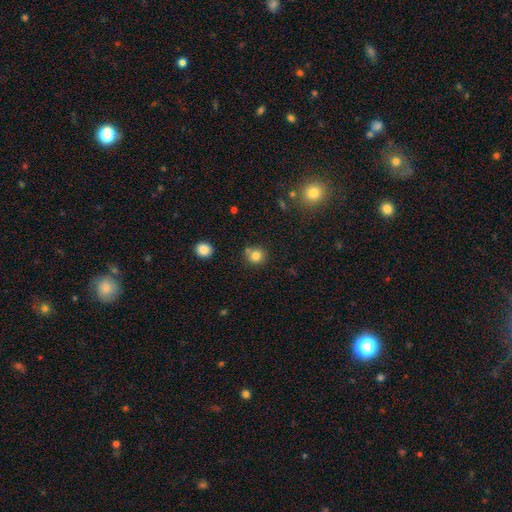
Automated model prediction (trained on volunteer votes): smooth-or-featured: smooth: 80% | star or artifact: 12% | featured or disk: 8%
  how-rounded: round: 89% | in between: 11% | cigar-shaped: 1%
  merging: none: 73% | merger: 13% | minor disturbance: 11% | major disturbance: 3%